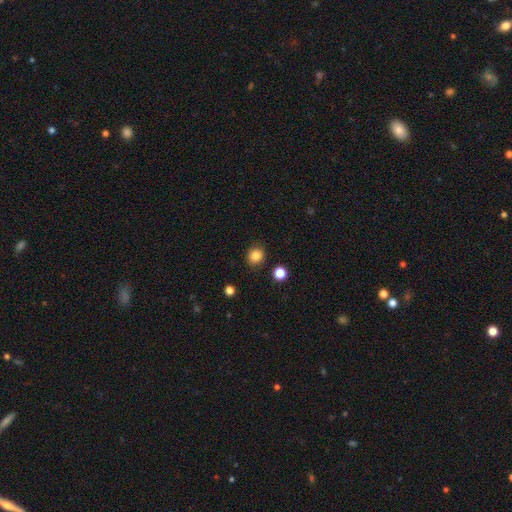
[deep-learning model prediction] smooth-or-featured: smooth: 84% | star or artifact: 11% | featured or disk: 4%
  how-rounded: round: 84% | in between: 15% | cigar-shaped: 1%
  merging: none: 88% | minor disturbance: 8% | major disturbance: 2% | merger: 2%